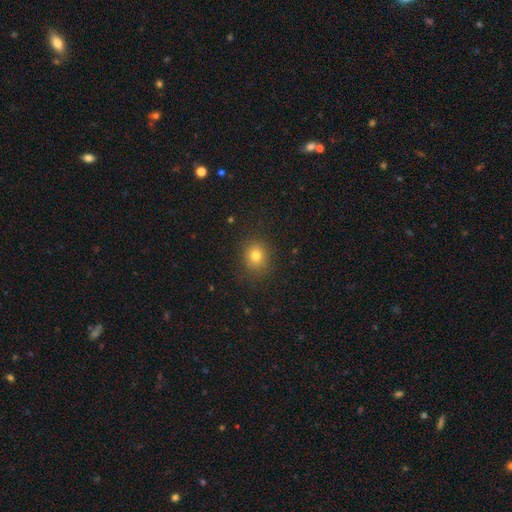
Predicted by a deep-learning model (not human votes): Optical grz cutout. It shows a smooth galaxy with no disk features (78%) that is round (78%). Merging: none (85%).